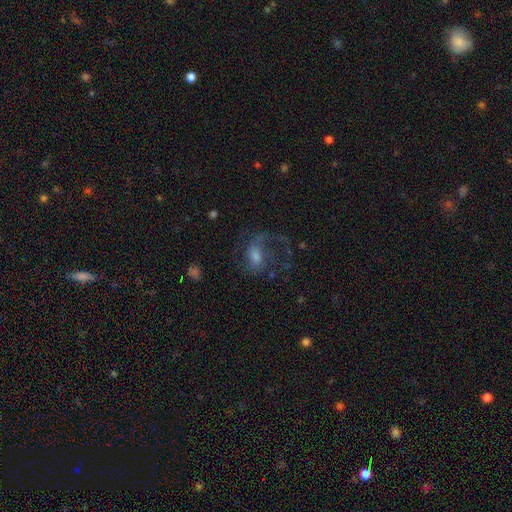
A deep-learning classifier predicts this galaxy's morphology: Overall: featured or disk (65%). Edge-on disk: no (97%). Bar: no (51%; weak 40%). Spiral arms: yes (86%). Spiral arm count: 2 (44%; 1 40%). Spiral winding: loose (52%; medium 39%). Bulge size: moderate (47%; small 32%). Merging: none (46%; major disturbance 35%).